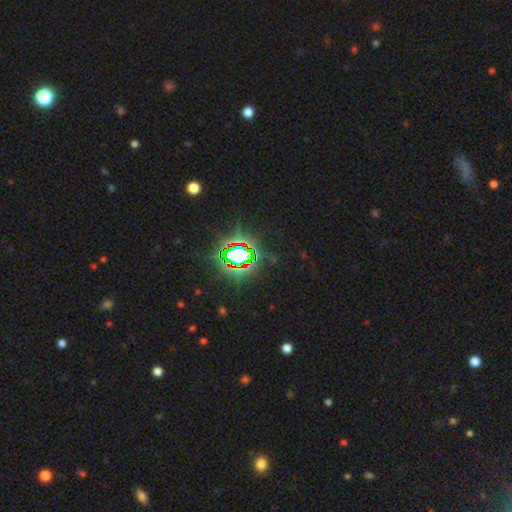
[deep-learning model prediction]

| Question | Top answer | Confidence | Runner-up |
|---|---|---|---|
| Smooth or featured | star or artifact | 80% | smooth (12%) |